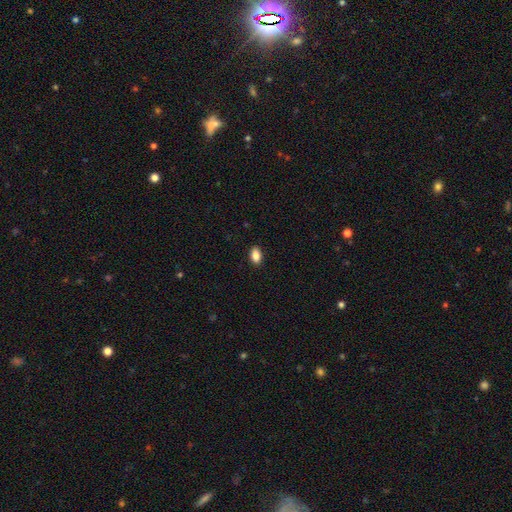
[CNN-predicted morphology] Overall: smooth (87%). How rounded: in between (88%). Merging: none (89%).